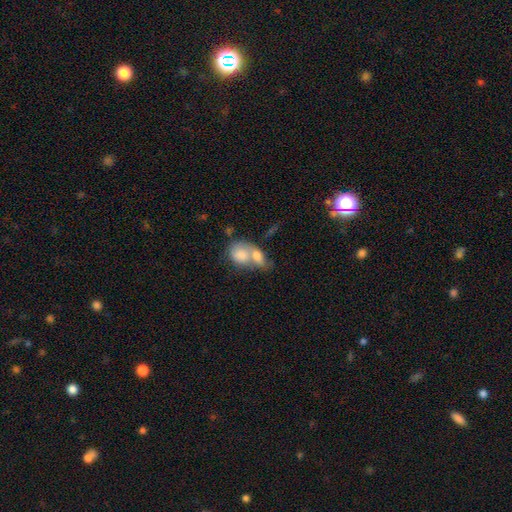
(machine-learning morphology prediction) Q: Smooth or featured?
A: smooth (76%); runner-up: featured or disk (16%)
Q: How rounded?
A: in between (65%); runner-up: round (32%)
Q: Merging?
A: merger (71%); runner-up: none (18%)